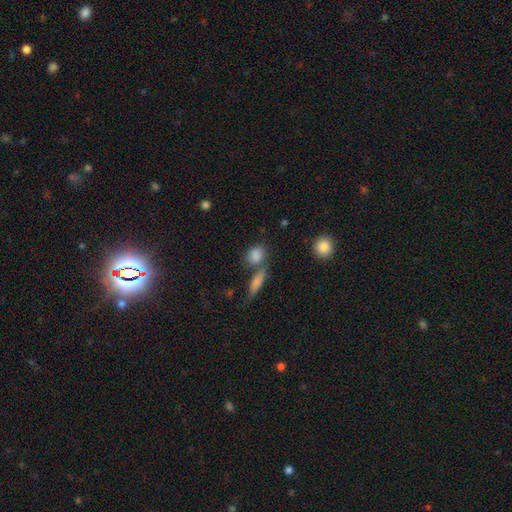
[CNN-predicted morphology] smooth 83%, star or artifact 9%, featured or disk 7%. Down the decision tree: how rounded — round (54%); merging — none (57%).